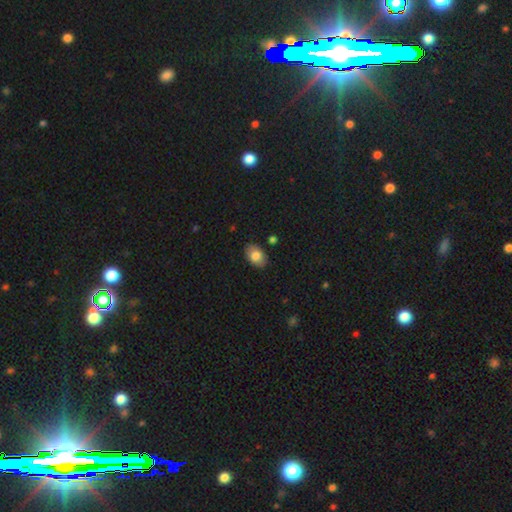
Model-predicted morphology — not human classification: smooth-or-featured: smooth: 81% | featured or disk: 12% | star or artifact: 7%
  how-rounded: in between: 86% | round: 13% | cigar-shaped: 1%
  merging: none: 86% | minor disturbance: 10% | major disturbance: 2% | merger: 2%